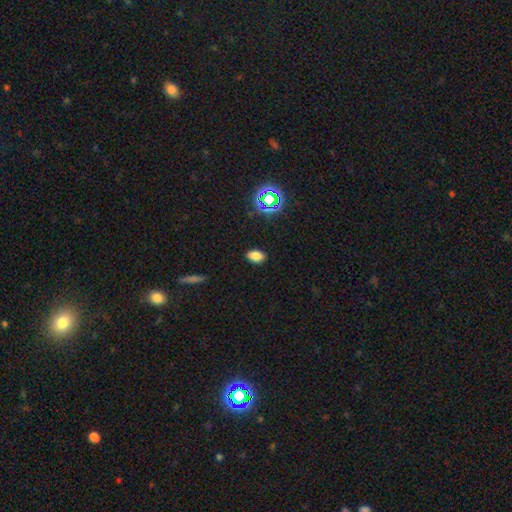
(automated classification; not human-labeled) A smooth galaxy with no disk features (75%) that is in between round and cigar-shaped (88%).

Vote fractions:
- Smooth or featured? smooth: 75% / star or artifact: 18% / featured or disk: 7%
- How rounded? in between: 88% / round: 10% / cigar-shaped: 2%
- Merging? none: 87% / minor disturbance: 9% / major disturbance: 2% / merger: 1%